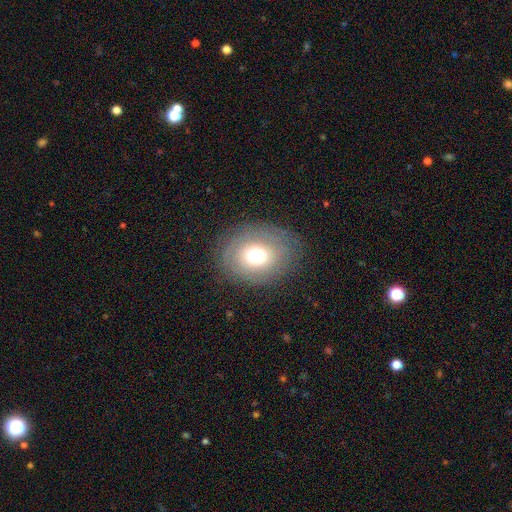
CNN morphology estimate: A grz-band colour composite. It shows a smooth galaxy with no disk features (62%) that is round (54%). Merging: none (80%).